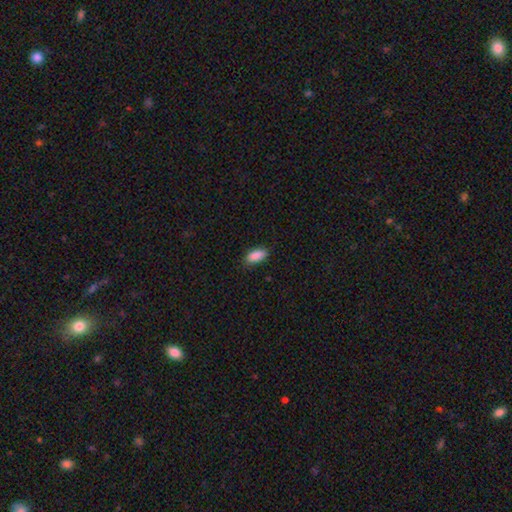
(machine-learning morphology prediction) This is clearly a smooth galaxy (89%). How rounded: clearly in between (86%). Merging: clearly none (83%).